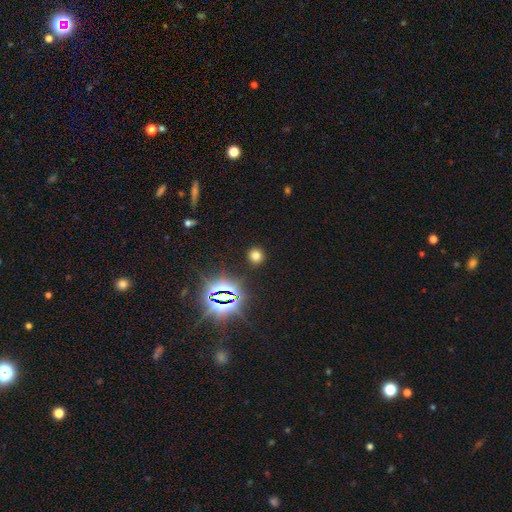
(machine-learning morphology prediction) Smooth or featured? smooth (68%)
How rounded? round (89%)
Merging? none (90%)